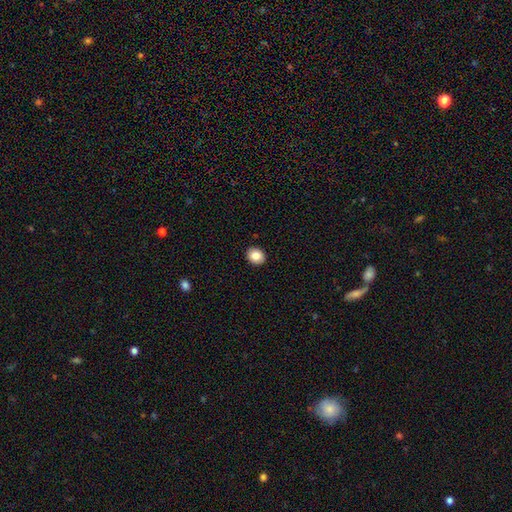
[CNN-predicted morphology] Q: Smooth or featured?
A: smooth (86%); runner-up: star or artifact (9%)
Q: How rounded?
A: round (65%); runner-up: in between (34%)
Q: Merging?
A: none (92%); runner-up: minor disturbance (5%)